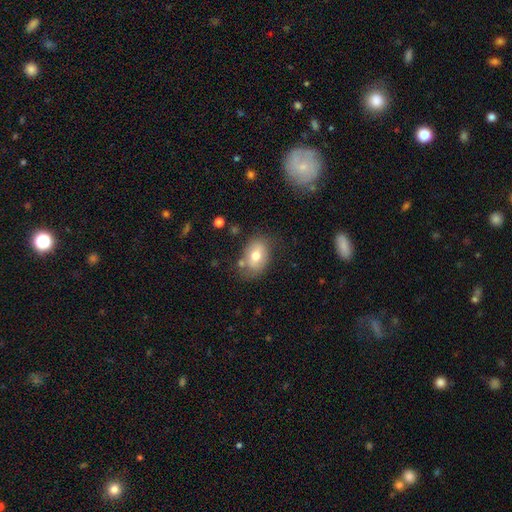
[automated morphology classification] type=smooth (68%); roundness=in between (78%); merging=none (66%).